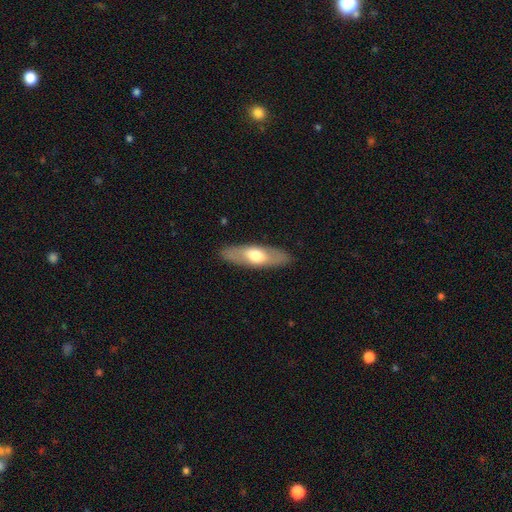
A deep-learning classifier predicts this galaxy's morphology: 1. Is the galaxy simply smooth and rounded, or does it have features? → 56% smooth, 39% featured or disk, 5% star or artifact.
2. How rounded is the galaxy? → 55% in between, 42% cigar-shaped, 3% round.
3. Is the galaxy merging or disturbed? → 88% none, 9% minor disturbance, 2% major disturbance, 1% merger.